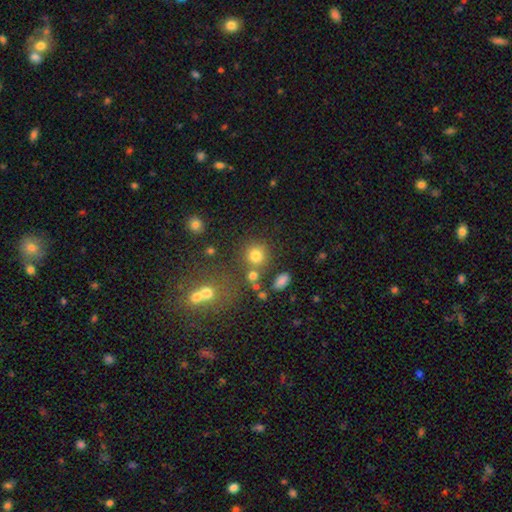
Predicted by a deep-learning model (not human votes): Smooth or featured? Predicted: smooth (p=0.77). How rounded? Predicted: round (p=0.86). Merging? Predicted: none (p=0.69).